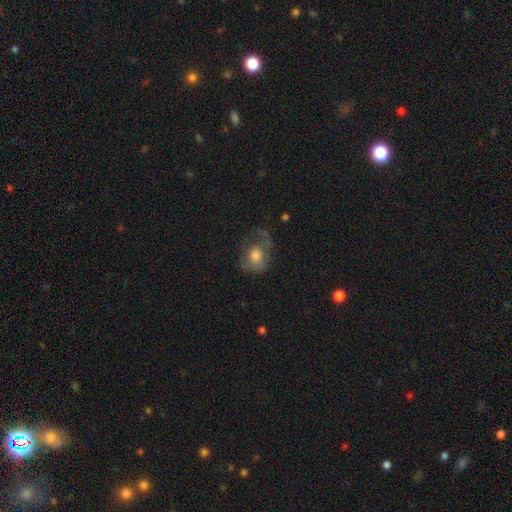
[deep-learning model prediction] Smooth or featured? Predicted: smooth (p=0.57). How rounded? Predicted: round (p=0.52). Merging? Predicted: none (p=0.37).